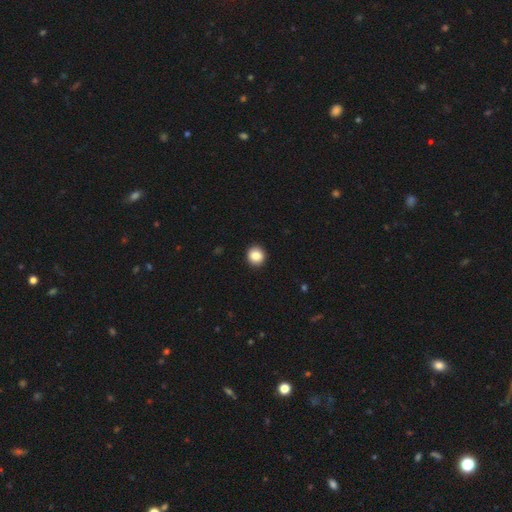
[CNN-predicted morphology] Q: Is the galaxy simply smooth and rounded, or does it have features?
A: smooth — 86%.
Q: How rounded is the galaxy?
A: round — 89%.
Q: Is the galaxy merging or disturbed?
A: none — 93%.